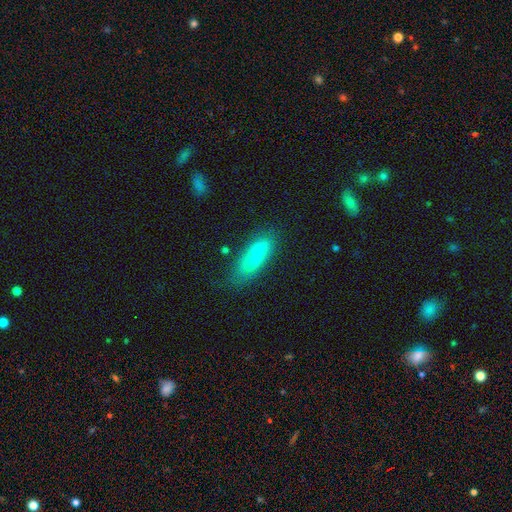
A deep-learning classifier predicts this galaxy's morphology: Smooth or featured? smooth (71%)
How rounded? cigar-shaped (55%)
Merging? none (57%)